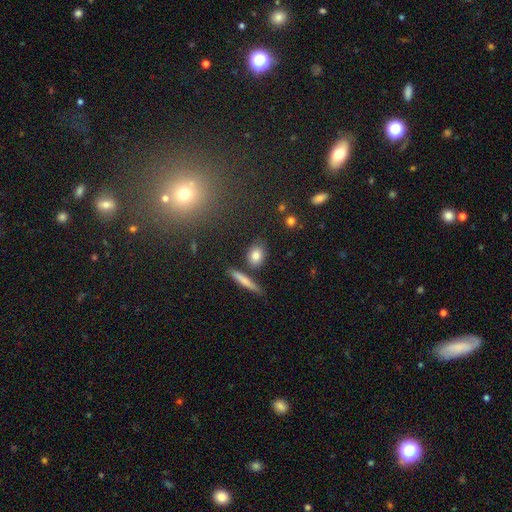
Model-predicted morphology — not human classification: This appears to be a smooth galaxy with no disk features (81%) that is in between round and cigar-shaped (56%). Merging: none (79%).